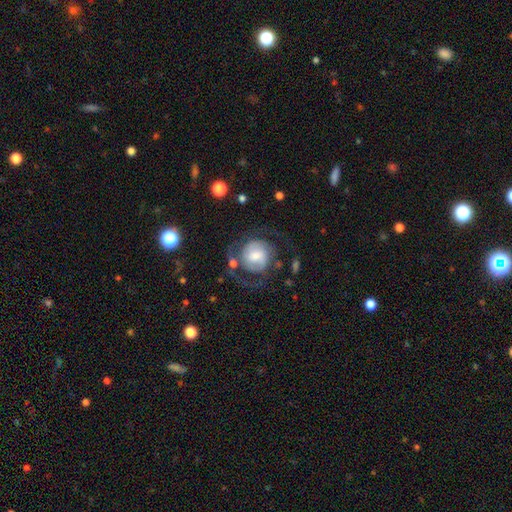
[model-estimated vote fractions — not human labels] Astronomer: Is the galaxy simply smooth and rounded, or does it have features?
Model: featured or disk — 71%.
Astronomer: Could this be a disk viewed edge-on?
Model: no — 98%.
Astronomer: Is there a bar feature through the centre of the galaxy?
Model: no — 48% (runner-up: weak, 42%).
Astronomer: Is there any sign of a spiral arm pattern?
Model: yes — 90%.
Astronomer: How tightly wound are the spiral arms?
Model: medium — 43% (runner-up: tight, 34%).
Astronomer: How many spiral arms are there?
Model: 2 — 72%.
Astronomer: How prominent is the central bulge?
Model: moderate — 42% (runner-up: small, 39%).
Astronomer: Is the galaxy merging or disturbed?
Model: none — 56%.